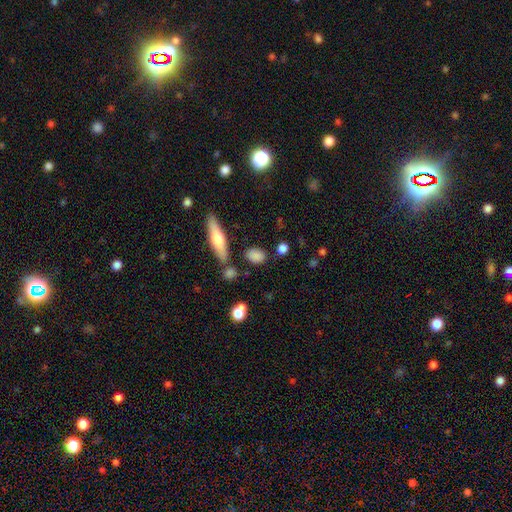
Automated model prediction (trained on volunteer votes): Morphology: type=smooth (82%); roundness=in between (67%); merging=none (77%).